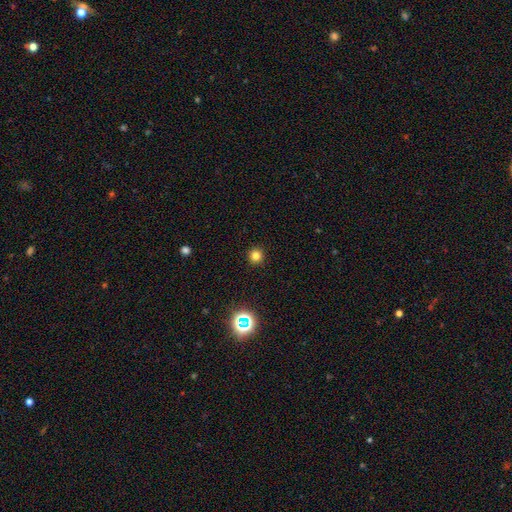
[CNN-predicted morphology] This is likely a smooth galaxy (78%). How rounded: clearly round (95%). Merging: clearly none (93%).